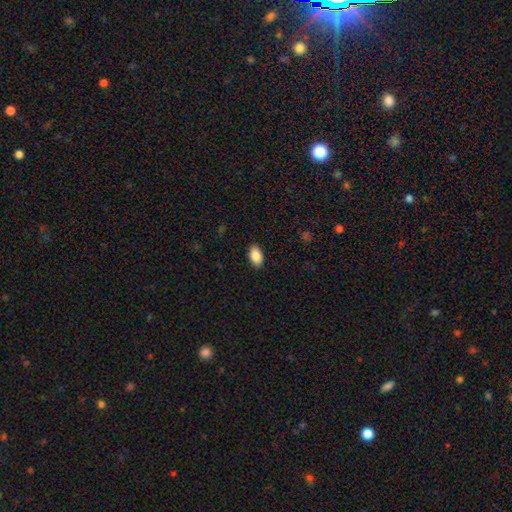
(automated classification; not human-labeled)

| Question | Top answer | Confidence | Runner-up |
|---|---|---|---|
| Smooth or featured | smooth | 88% | star or artifact (7%) |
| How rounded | in between | 93% | round (5%) |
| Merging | none | 90% | minor disturbance (8%) |